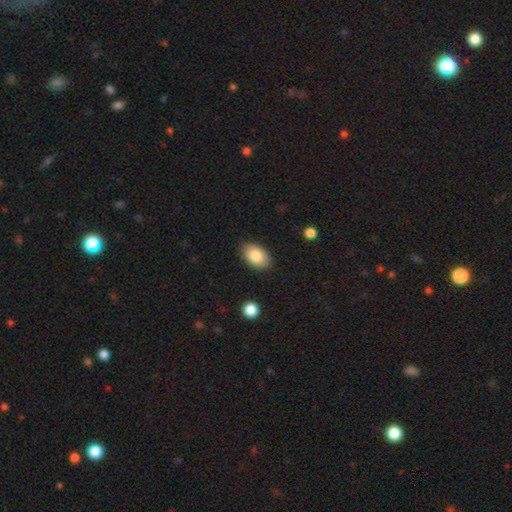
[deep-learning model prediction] Morphology: type=smooth (84%); roundness=in between (91%); merging=none (86%).